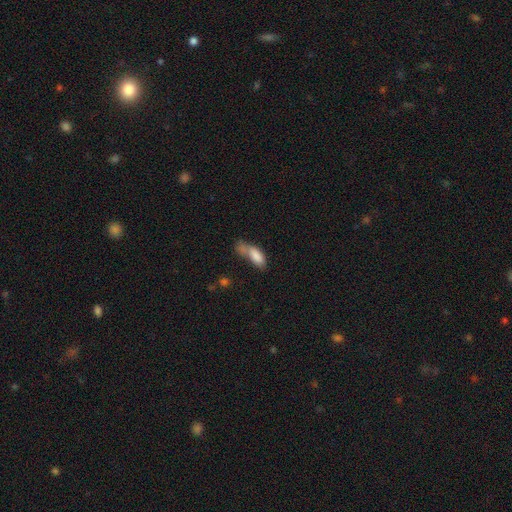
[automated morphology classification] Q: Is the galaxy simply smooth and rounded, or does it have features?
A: smooth — 79%.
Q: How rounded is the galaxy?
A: in between — 76%.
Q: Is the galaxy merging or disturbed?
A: merger — 31%.